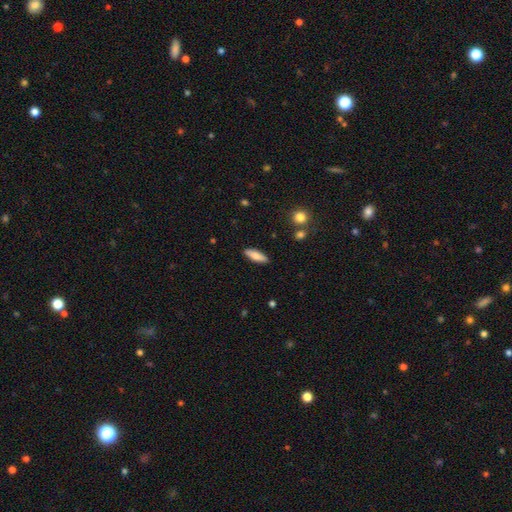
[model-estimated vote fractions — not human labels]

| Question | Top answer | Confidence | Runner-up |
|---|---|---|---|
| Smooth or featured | smooth | 80% | featured or disk (13%) |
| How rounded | in between | 52% | cigar-shaped (46%) |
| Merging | none | 88% | minor disturbance (8%) |